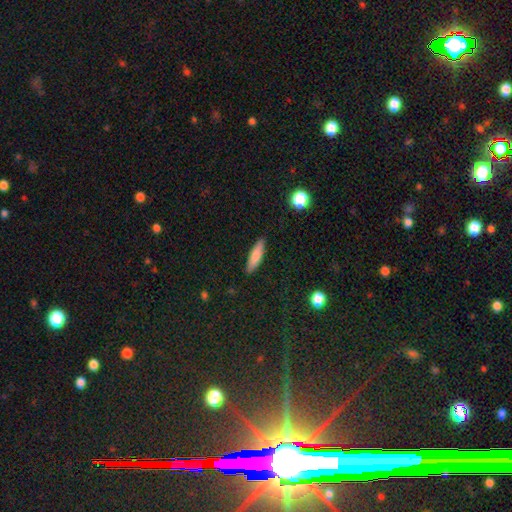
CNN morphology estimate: Smooth or featured? smooth (74%)
How rounded? cigar-shaped (69%)
Merging? none (88%)